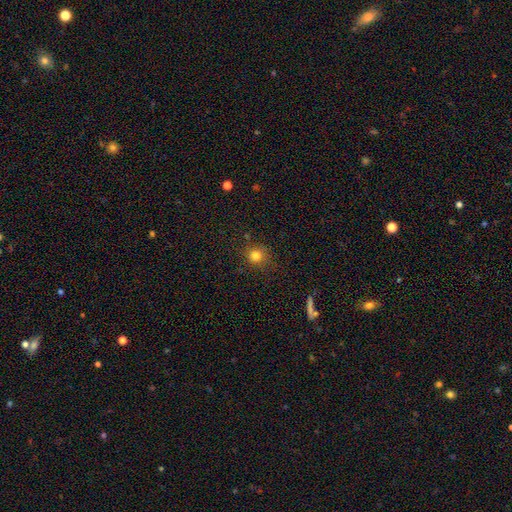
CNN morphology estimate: A smooth galaxy with no disk features (80%) that is round (90%).

Vote fractions:
- Smooth or featured? smooth: 80% / star or artifact: 14% / featured or disk: 6%
- How rounded? round: 90% / in between: 9% / cigar-shaped: 1%
- Merging? none: 83% / minor disturbance: 11% / major disturbance: 3% / merger: 2%